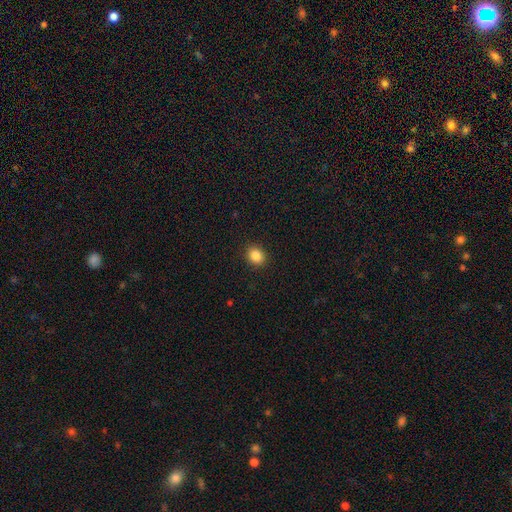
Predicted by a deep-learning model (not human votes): smooth_or_featured: smooth (p=0.86) [alt: star or artifact p=0.10]
how_rounded: round (p=0.70) [alt: in between p=0.29]
merging: none (p=0.91) [alt: minor disturbance p=0.06]